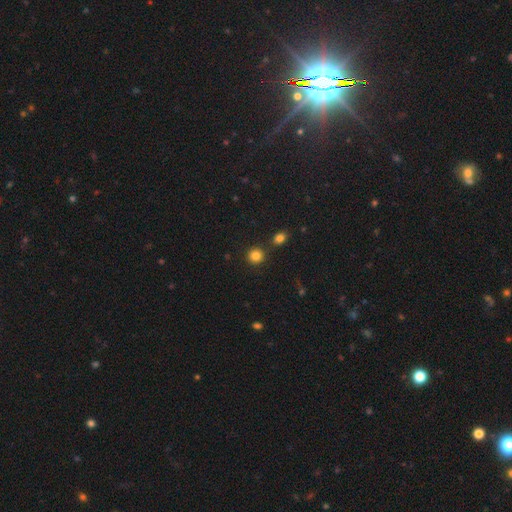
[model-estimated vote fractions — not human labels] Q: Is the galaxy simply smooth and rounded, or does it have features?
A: smooth — 83%.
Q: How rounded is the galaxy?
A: round — 91%.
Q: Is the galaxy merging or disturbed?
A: none — 83%.